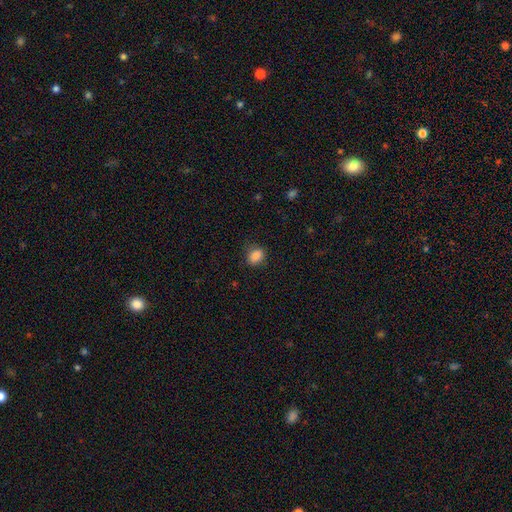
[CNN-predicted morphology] Smooth or featured: smooth — 87% (star or artifact — 9%)
How rounded: in between — 68% (round — 31%)
Merging: none — 76% (minor disturbance — 18%)